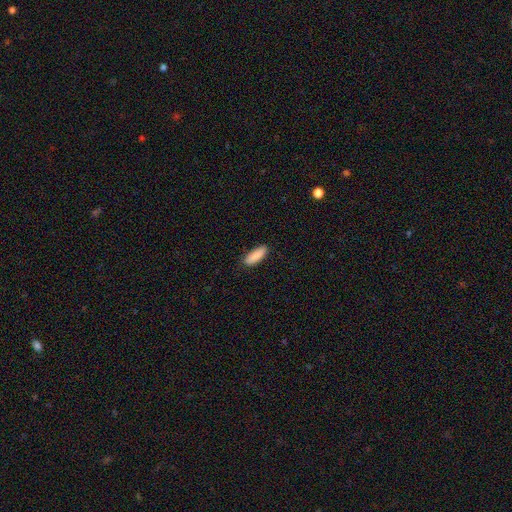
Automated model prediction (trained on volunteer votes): A smooth galaxy with no disk features (90%) that is in between round and cigar-shaped (60%).

Vote fractions:
- Smooth or featured? smooth: 90% / star or artifact: 6% / featured or disk: 4%
- How rounded? in between: 60% / cigar-shaped: 38% / round: 2%
- Merging? none: 87% / minor disturbance: 10% / major disturbance: 2% / merger: 1%